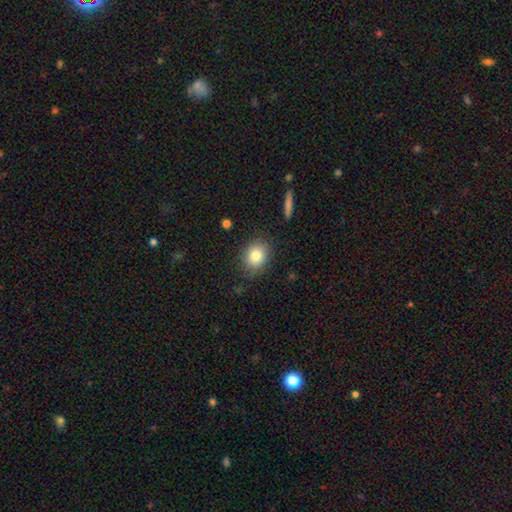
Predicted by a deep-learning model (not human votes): A smooth galaxy with no disk features (82%) that is round (57%).

Vote fractions:
- Smooth or featured? smooth: 82% / star or artifact: 9% / featured or disk: 9%
- How rounded? round: 57% / in between: 42% / cigar-shaped: 1%
- Merging? none: 83% / minor disturbance: 12% / major disturbance: 3% / merger: 2%